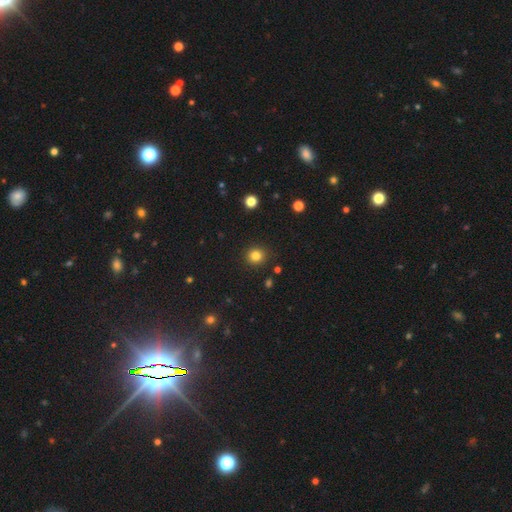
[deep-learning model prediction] Smooth or featured? Predicted: smooth (p=0.82). How rounded? Predicted: round (p=0.89). Merging? Predicted: none (p=0.90).